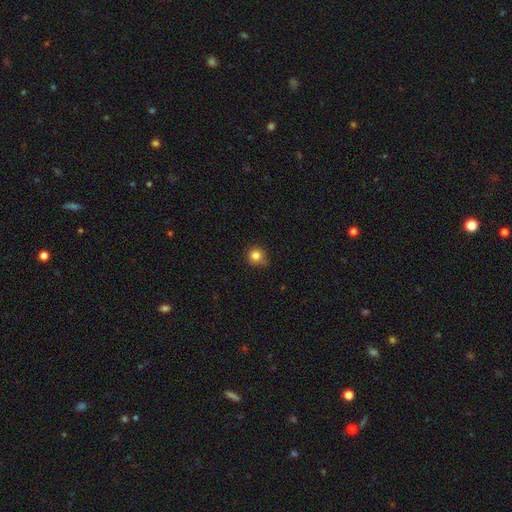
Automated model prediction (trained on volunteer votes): A smooth galaxy with no disk features (83%) that is round (94%).

Vote fractions:
- Smooth or featured? smooth: 83% / star or artifact: 12% / featured or disk: 5%
- How rounded? round: 94% / in between: 5% / cigar-shaped: 1%
- Merging? none: 77% / minor disturbance: 17% / merger: 3% / major disturbance: 3%